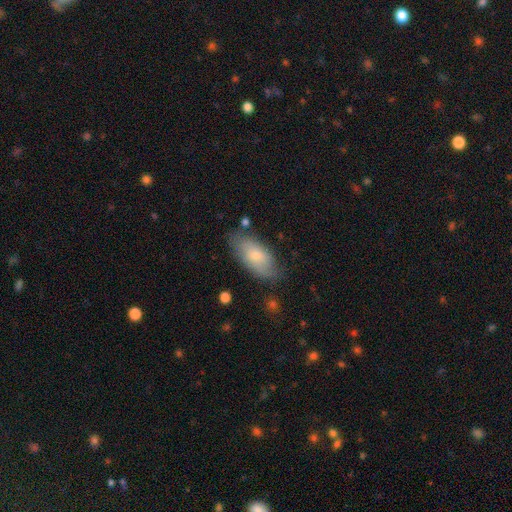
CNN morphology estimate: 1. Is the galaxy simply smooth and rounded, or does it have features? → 69% smooth, 25% featured or disk, 6% star or artifact.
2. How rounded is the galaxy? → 90% in between, 7% cigar-shaped, 3% round.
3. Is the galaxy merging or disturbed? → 69% none, 23% minor disturbance, 6% major disturbance, 2% merger.